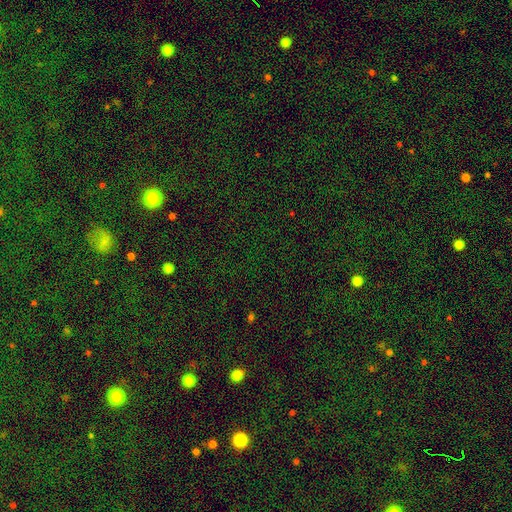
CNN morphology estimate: Smooth or featured?
  - star or artifact: 77% *
  - smooth: 16%
  - featured or disk: 7%